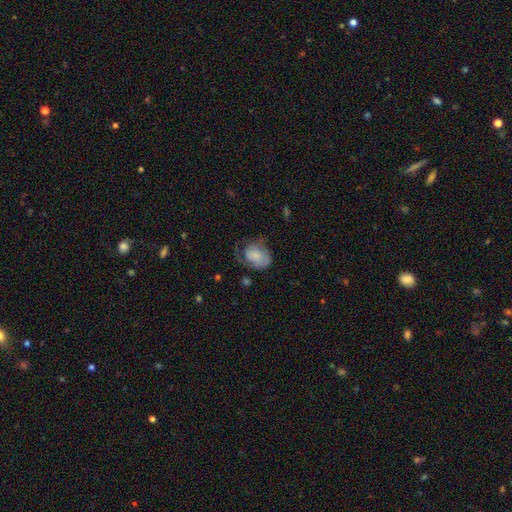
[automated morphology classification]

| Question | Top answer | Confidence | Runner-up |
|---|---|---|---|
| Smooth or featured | smooth | 62% | featured or disk (30%) |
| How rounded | in between | 65% | round (34%) |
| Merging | major disturbance | 36% | none (31%) |